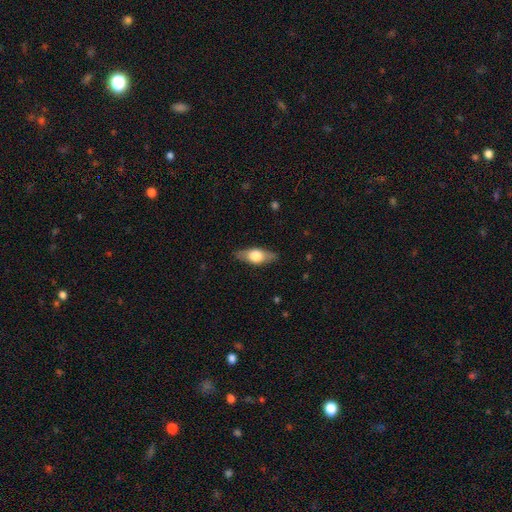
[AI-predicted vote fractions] Overall: smooth (53%; featured or disk 41%). How rounded: in between (73%). Merging: none (84%).